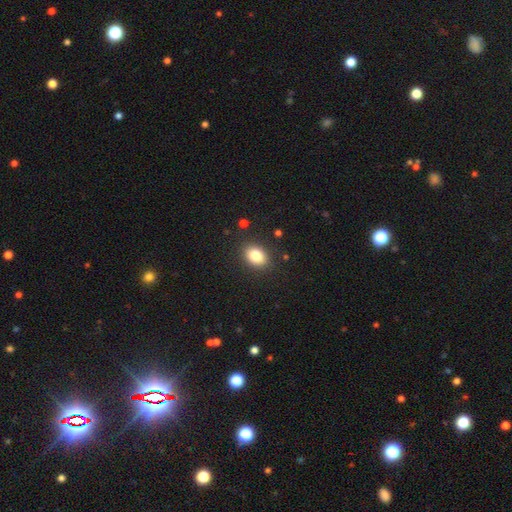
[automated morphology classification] This appears to be a smooth galaxy with no disk features (82%) that is in between round and cigar-shaped (70%). Merging: none (87%).